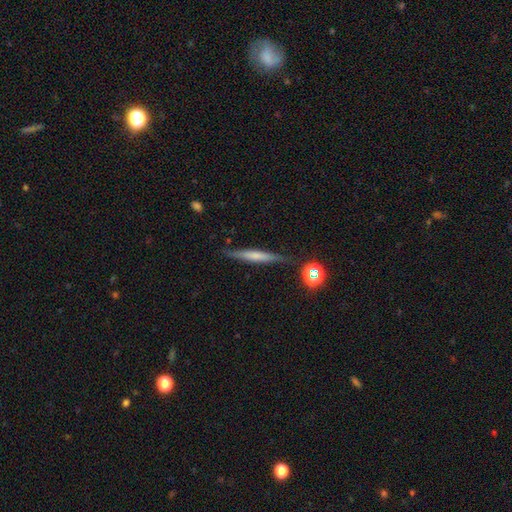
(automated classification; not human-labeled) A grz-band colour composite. It shows a smooth galaxy with no disk features (51%) that is cigar-shaped (93%). Merging: none (83%).